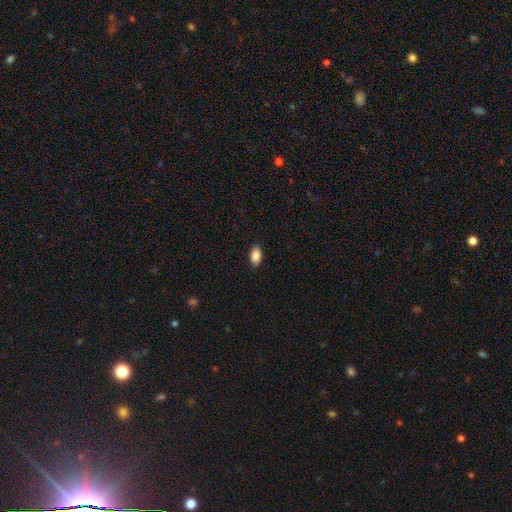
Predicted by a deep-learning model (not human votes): Smooth or featured? smooth (88%)
How rounded? in between (91%)
Merging? none (88%)